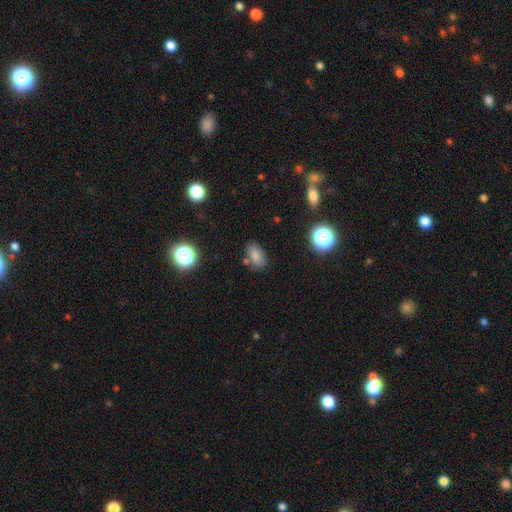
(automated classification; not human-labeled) smooth 79%, star or artifact 13%, featured or disk 8%. Down the decision tree: how rounded — in between (89%); merging — none (76%).